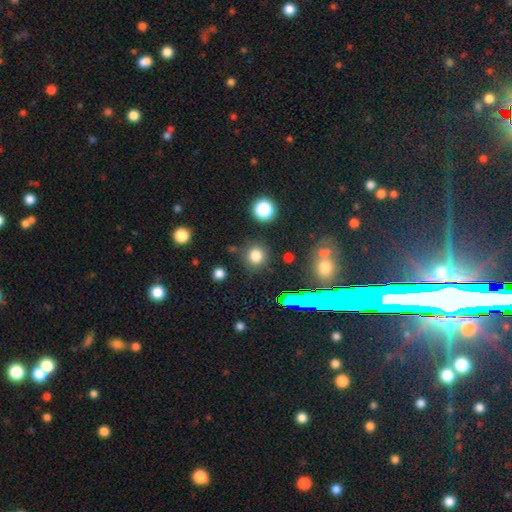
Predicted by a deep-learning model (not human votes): Morphology: type=smooth (77%); roundness=round (86%); merging=none (81%).